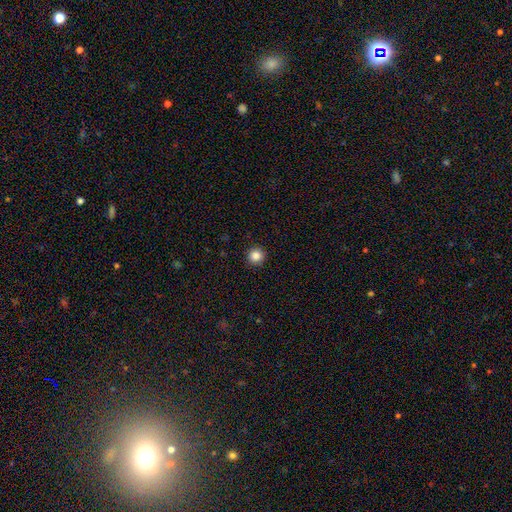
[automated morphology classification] Smooth or featured?
  - smooth: 86% *
  - star or artifact: 10%
  - featured or disk: 3%
How rounded?
  - round: 96% *
  - in between: 3%
  - cigar-shaped: 1%
Merging?
  - none: 93% *
  - minor disturbance: 4%
  - major disturbance: 2%
  - merger: 1%